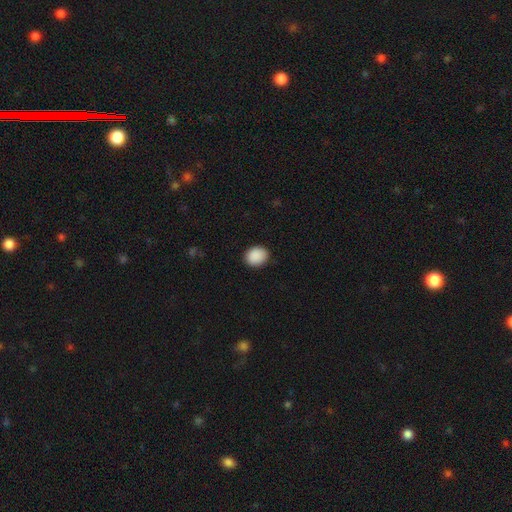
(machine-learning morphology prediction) Smooth or featured?
  - smooth: 90% *
  - star or artifact: 7%
  - featured or disk: 3%
How rounded?
  - round: 58% *
  - in between: 41%
  - cigar-shaped: 1%
Merging?
  - none: 88% *
  - minor disturbance: 9%
  - major disturbance: 2%
  - merger: 1%